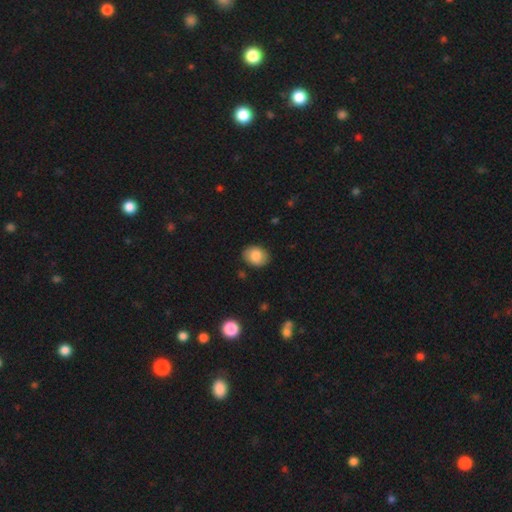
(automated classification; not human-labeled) This appears to be a smooth galaxy with no disk features (81%) that is in between round and cigar-shaped (63%). Merging: none (85%).